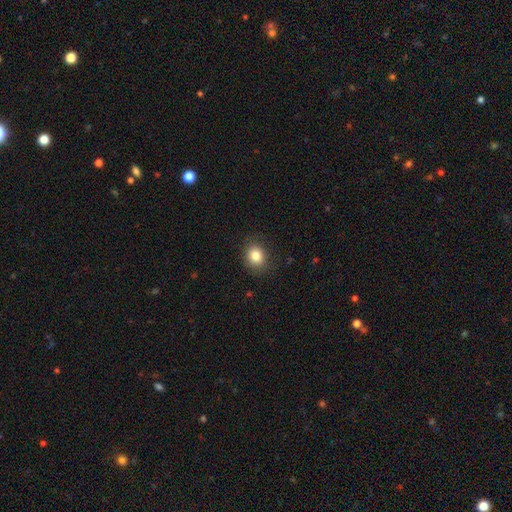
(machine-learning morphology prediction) Smooth or featured?
  - smooth: 84% *
  - star or artifact: 10%
  - featured or disk: 6%
How rounded?
  - round: 66% *
  - in between: 33%
  - cigar-shaped: 1%
Merging?
  - none: 85% *
  - minor disturbance: 11%
  - major disturbance: 3%
  - merger: 1%